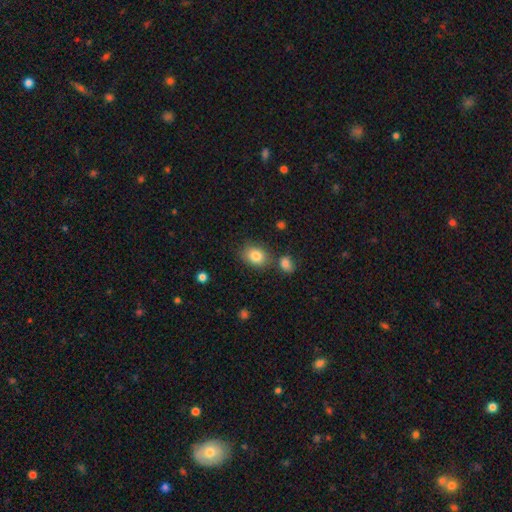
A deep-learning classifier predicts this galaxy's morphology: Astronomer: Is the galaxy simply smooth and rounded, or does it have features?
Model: smooth — 83%.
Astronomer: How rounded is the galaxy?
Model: in between — 59% (runner-up: round, 40%).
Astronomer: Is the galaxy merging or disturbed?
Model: none — 74%.